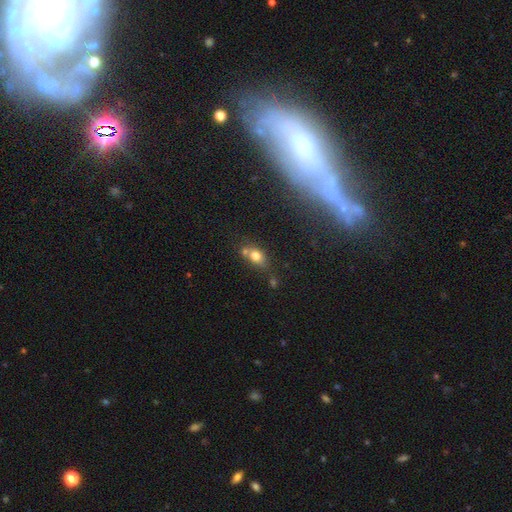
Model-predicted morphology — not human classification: The model was most divided on "merging": none: 47%, merger: 31%, minor disturbance: 16%, major disturbance: 6%. More confident: smooth or featured — smooth (72%); how rounded — in between (63%).